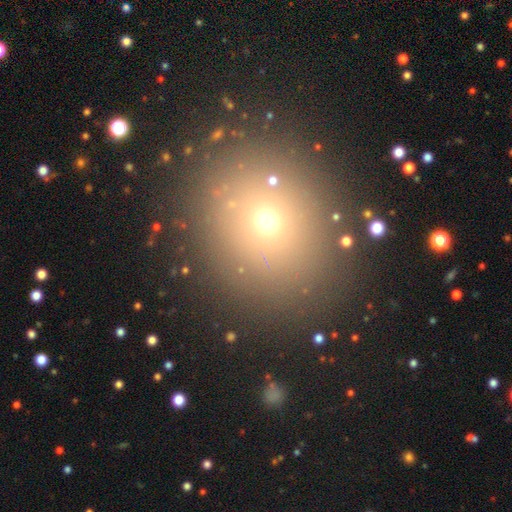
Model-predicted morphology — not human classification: Q: Smooth or featured?
A: smooth (59%); runner-up: star or artifact (30%)
Q: How rounded?
A: round (79%); runner-up: in between (20%)
Q: Merging?
A: none (86%); runner-up: minor disturbance (7%)